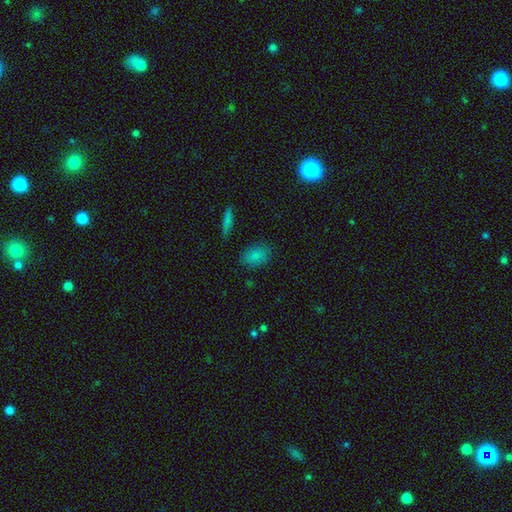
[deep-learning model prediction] This appears to be a smooth galaxy with no disk features (84%) that is in between round and cigar-shaped (82%). Merging: none (81%).